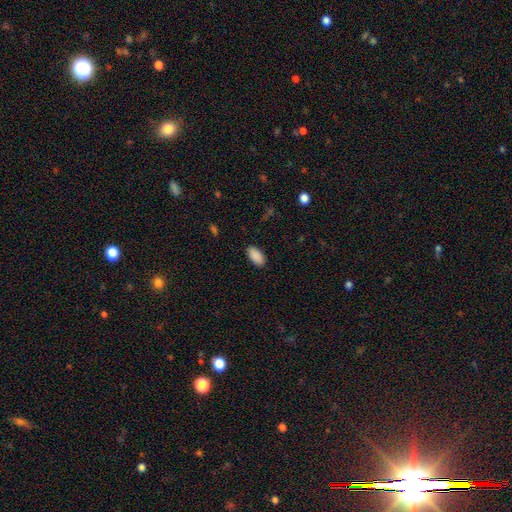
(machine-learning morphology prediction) A smooth galaxy with no disk features (90%) that is in between round and cigar-shaped (95%). Merging: none (89%).